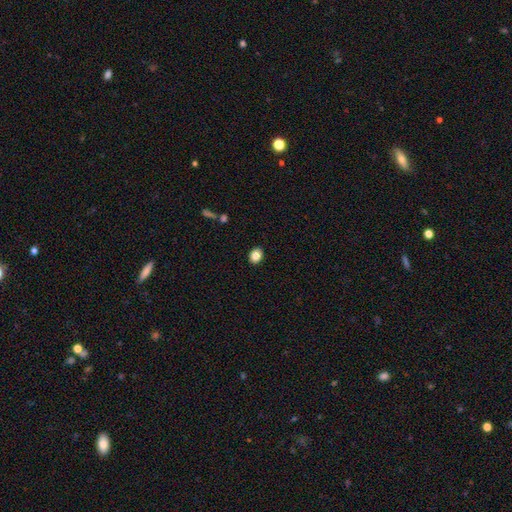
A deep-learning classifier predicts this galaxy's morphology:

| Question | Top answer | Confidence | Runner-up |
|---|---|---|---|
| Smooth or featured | smooth | 86% | star or artifact (9%) |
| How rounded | in between | 57% | round (42%) |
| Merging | none | 90% | minor disturbance (7%) |